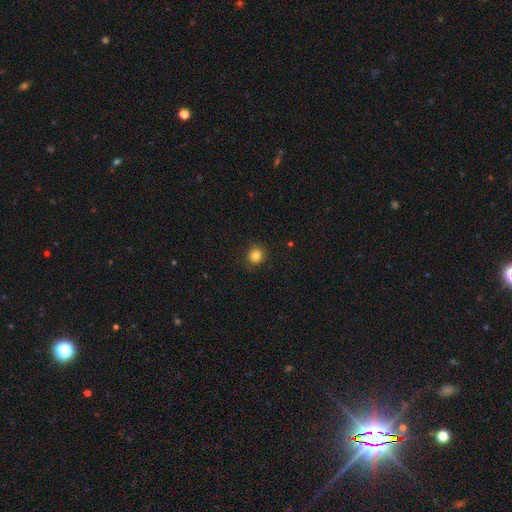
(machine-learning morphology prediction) A smooth galaxy with no disk features (84%) that is round (89%).

Vote fractions:
- Smooth or featured? smooth: 84% / star or artifact: 11% / featured or disk: 5%
- How rounded? round: 89% / in between: 10% / cigar-shaped: 1%
- Merging? none: 88% / minor disturbance: 8% / major disturbance: 2% / merger: 1%